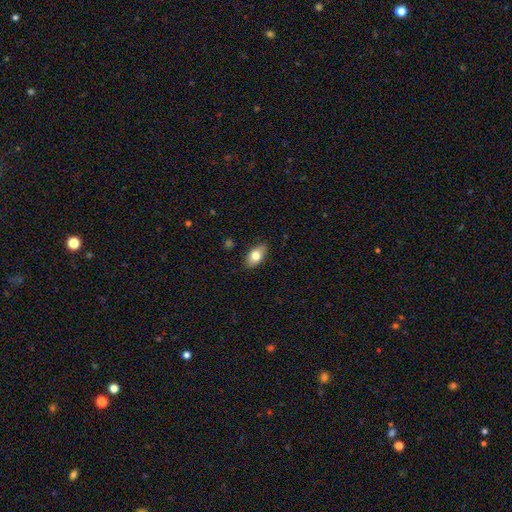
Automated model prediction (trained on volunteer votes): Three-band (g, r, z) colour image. It shows a smooth galaxy with no disk features (77%) that is in between round and cigar-shaped (91%). Merging: none (86%).